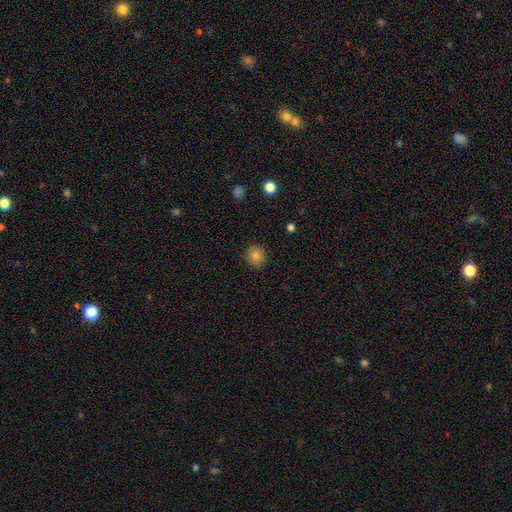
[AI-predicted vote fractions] Smooth or featured? Predicted: smooth (p=0.82). How rounded? Predicted: round (p=0.89). Merging? Predicted: none (p=0.90).